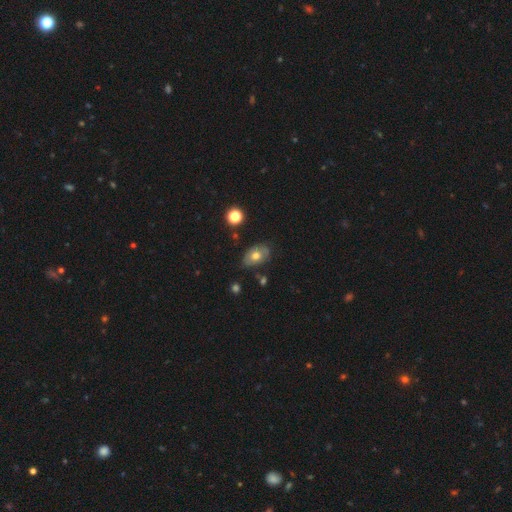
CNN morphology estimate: Smooth or featured? smooth (58%)
How rounded? in between (83%)
Merging? none (69%)